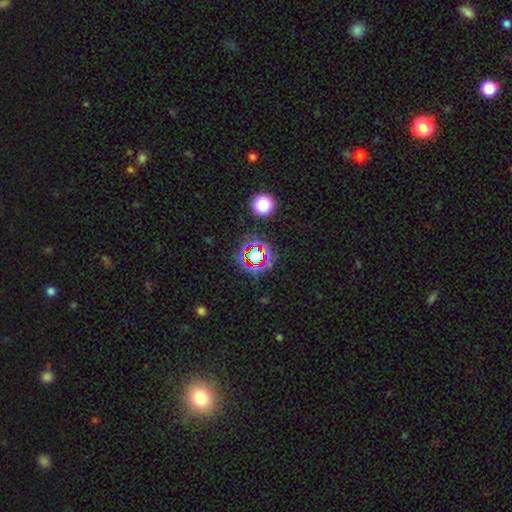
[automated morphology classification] The model was most divided on "smooth or featured": star or artifact: 70%, smooth: 19%, featured or disk: 11%.